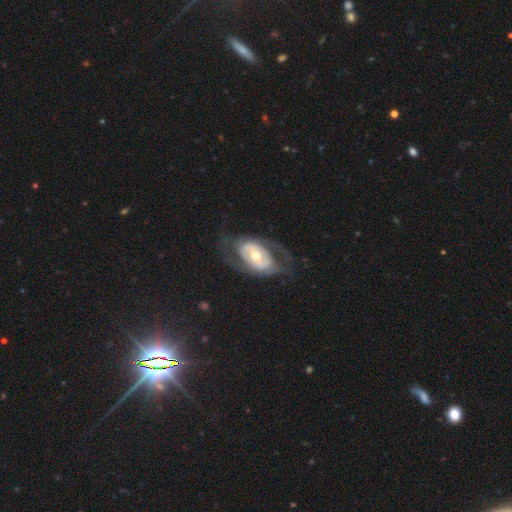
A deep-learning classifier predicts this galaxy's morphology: Smooth or featured? Predicted: featured or disk (p=0.74). Edge-on disk? Predicted: no (p=0.93). Bar? Predicted: no (p=0.39). Spiral arms? Predicted: yes (p=0.60). Bulge size? Predicted: moderate (p=0.63). Merging? Predicted: none (p=0.63).